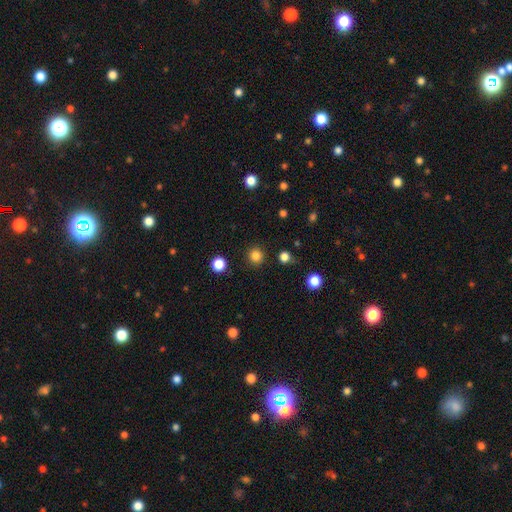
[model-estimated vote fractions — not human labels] Smooth or featured?
  - smooth: 83% *
  - star or artifact: 13%
  - featured or disk: 4%
How rounded?
  - round: 95% *
  - in between: 4%
  - cigar-shaped: 1%
Merging?
  - none: 91% *
  - minor disturbance: 5%
  - major disturbance: 2%
  - merger: 2%